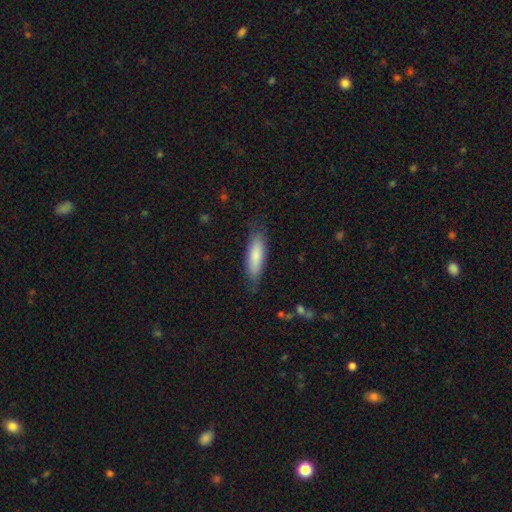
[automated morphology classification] smooth 82%, featured or disk 13%, star or artifact 5%. Down the decision tree: how rounded — cigar-shaped (57%); merging — none (79%).